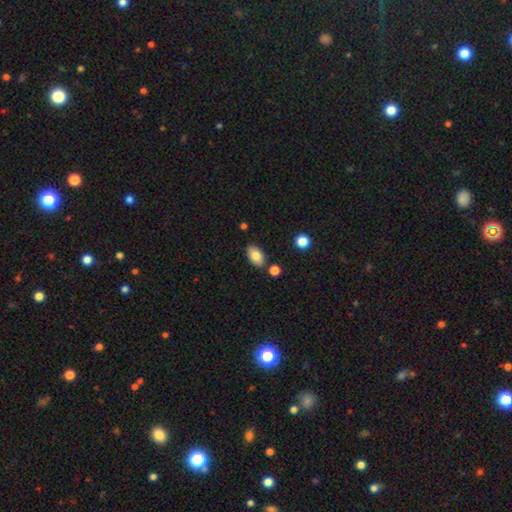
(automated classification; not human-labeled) smooth_or_featured: smooth (p=0.81) [alt: featured or disk p=0.11]
how_rounded: in between (p=0.91) [alt: round p=0.07]
merging: none (p=0.82) [alt: minor disturbance p=0.11]